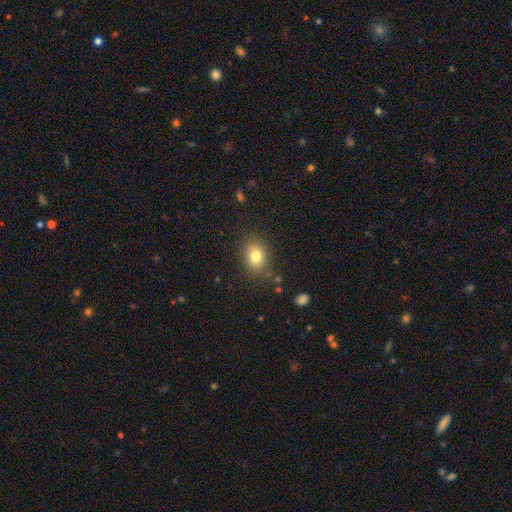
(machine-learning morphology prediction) This appears to be a smooth galaxy with no disk features (80%) that is in between round and cigar-shaped (68%). Merging: none (81%).